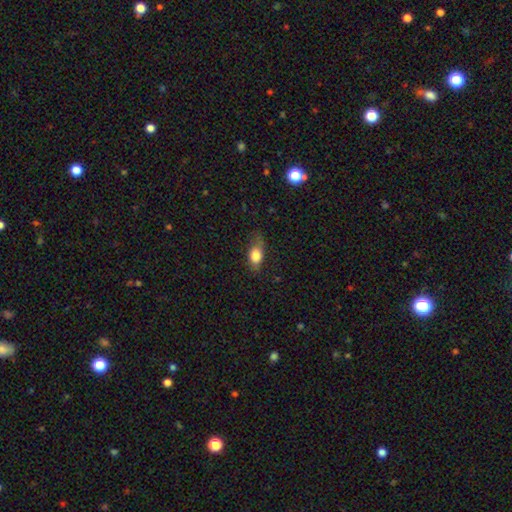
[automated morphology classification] Smooth or featured? Predicted: smooth (p=0.78). How rounded? Predicted: in between (p=0.78). Merging? Predicted: none (p=0.60).